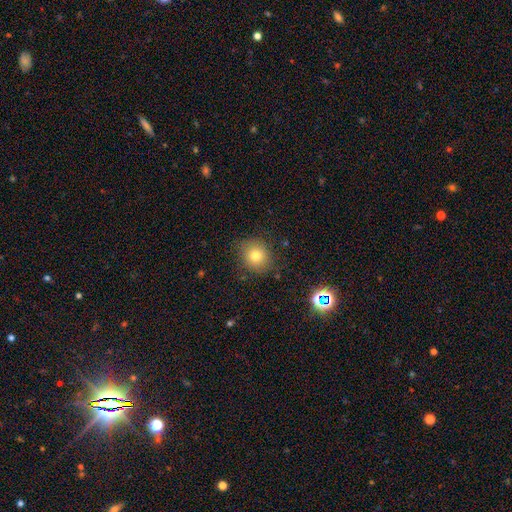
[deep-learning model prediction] Smooth or featured?
  - smooth: 77% *
  - star or artifact: 13%
  - featured or disk: 11%
How rounded?
  - round: 82% *
  - in between: 17%
  - cigar-shaped: 1%
Merging?
  - none: 84% *
  - minor disturbance: 11%
  - major disturbance: 4%
  - merger: 1%